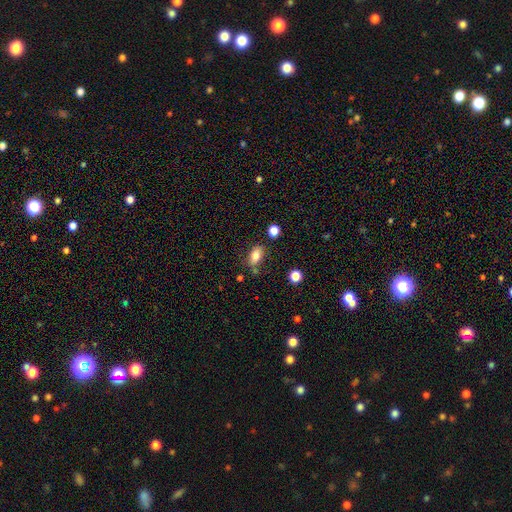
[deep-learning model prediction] smooth_or_featured: smooth (p=0.80) [alt: featured or disk p=0.11]
how_rounded: in between (p=0.85) [alt: round p=0.09]
merging: none (p=0.71) [alt: minor disturbance p=0.17]